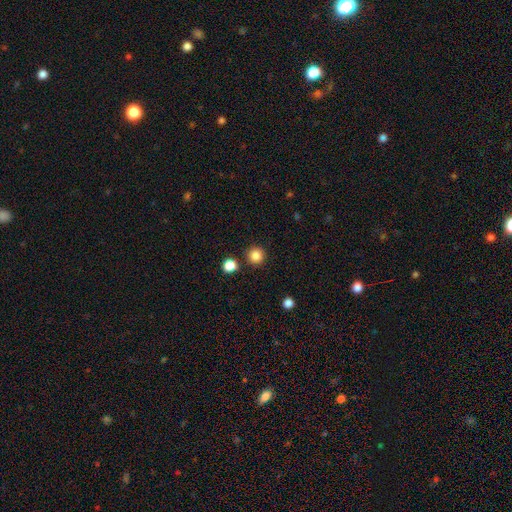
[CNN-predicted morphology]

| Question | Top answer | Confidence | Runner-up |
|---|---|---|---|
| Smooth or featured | smooth | 85% | star or artifact (11%) |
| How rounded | round | 96% | in between (3%) |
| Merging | none | 90% | minor disturbance (5%) |